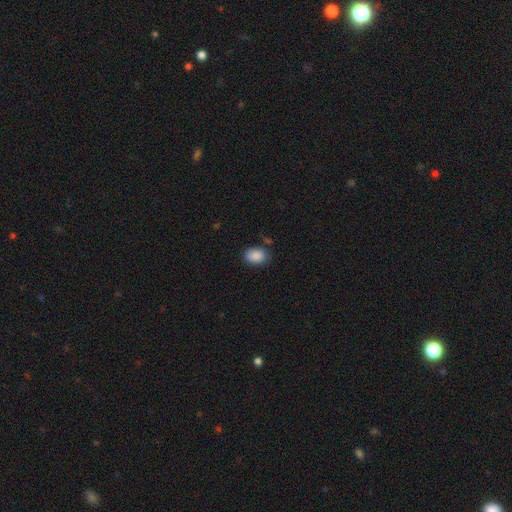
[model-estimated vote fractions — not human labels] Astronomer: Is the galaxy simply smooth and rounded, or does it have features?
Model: smooth — 89%.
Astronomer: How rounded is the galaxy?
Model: in between — 80%.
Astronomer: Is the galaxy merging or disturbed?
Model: none — 79%.